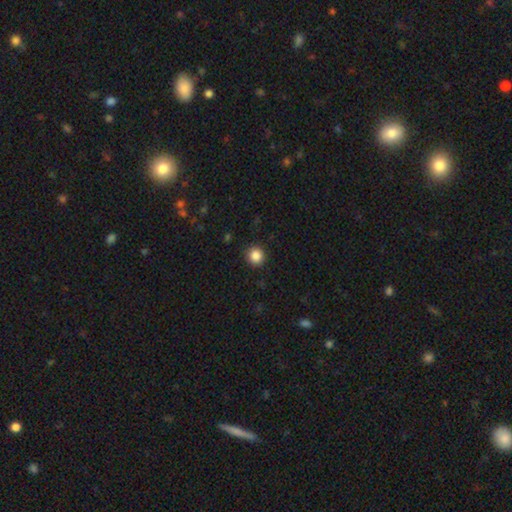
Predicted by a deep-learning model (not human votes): This is clearly a smooth galaxy (86%). How rounded: clearly round (93%). Merging: clearly none (91%).